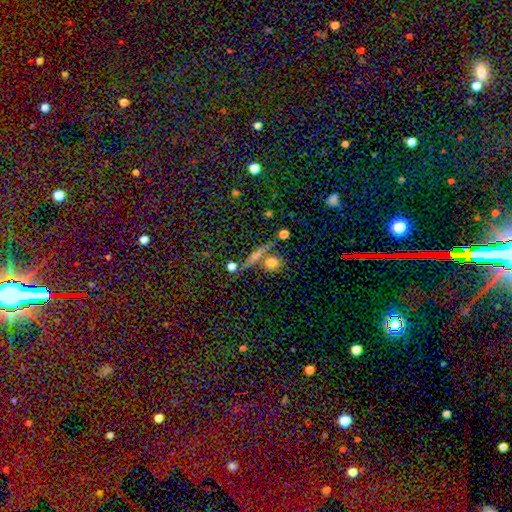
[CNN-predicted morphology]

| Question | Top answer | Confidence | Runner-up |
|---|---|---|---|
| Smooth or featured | smooth | 45% | featured or disk (38%) |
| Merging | none | 68% | merger (17%) |